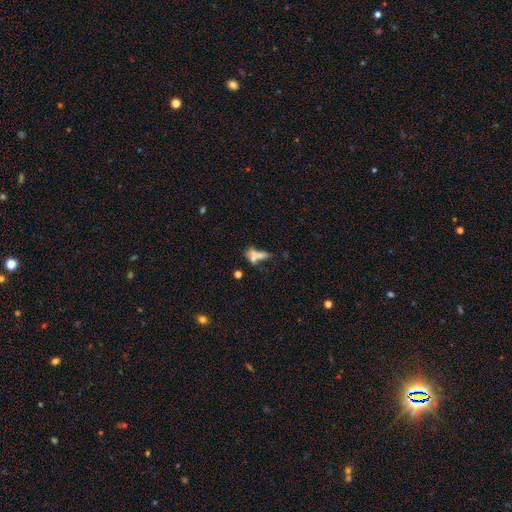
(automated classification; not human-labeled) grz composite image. It shows a smooth galaxy with no disk features (56%) that is in between round and cigar-shaped (49%). Merging: merger (42%).